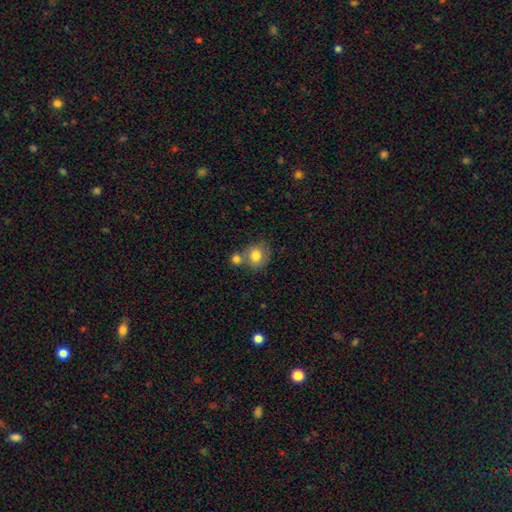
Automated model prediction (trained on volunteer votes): The model was most divided on "merging": none: 50%, merger: 33%, minor disturbance: 12%, major disturbance: 4%. More confident: smooth or featured — smooth (79%); how rounded — round (74%).